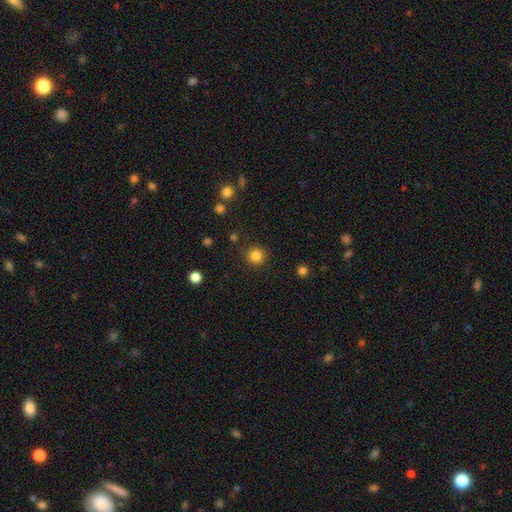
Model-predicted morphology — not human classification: smooth 83%, star or artifact 12%, featured or disk 5%. Down the decision tree: how rounded — round (94%); merging — none (90%).